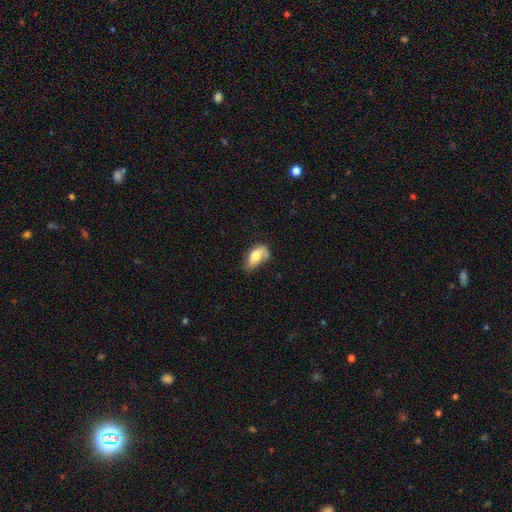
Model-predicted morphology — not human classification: Q: Smooth or featured?
A: smooth (68%); runner-up: featured or disk (25%)
Q: How rounded?
A: in between (89%); runner-up: cigar-shaped (6%)
Q: Merging?
A: minor disturbance (39%); runner-up: none (38%)